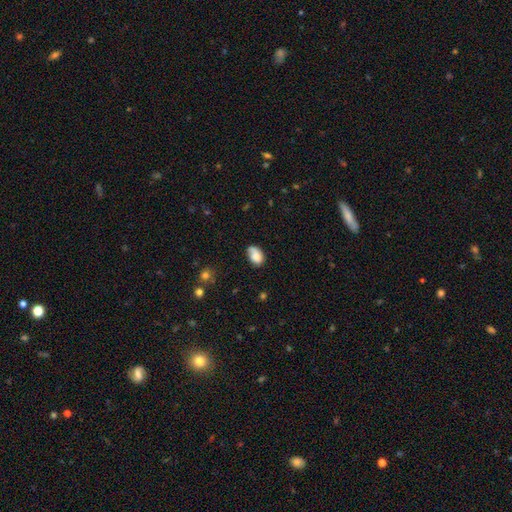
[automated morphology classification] The model was most divided on "merging": none: 52%, minor disturbance: 31%, major disturbance: 12%, merger: 6%. More confident: how rounded — in between (86%); smooth or featured — smooth (78%).